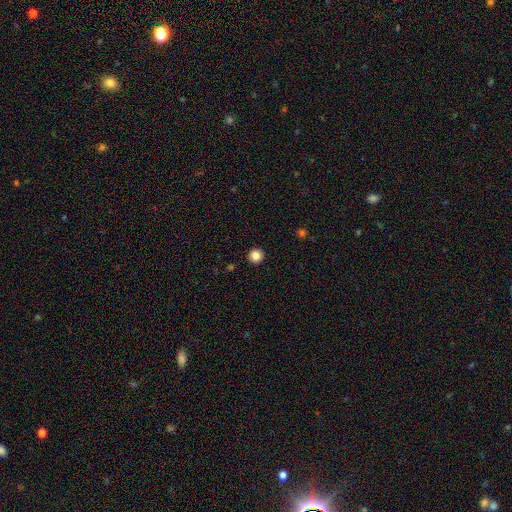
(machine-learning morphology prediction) This is clearly a smooth galaxy (85%). How rounded: clearly round (96%). Merging: clearly none (94%).